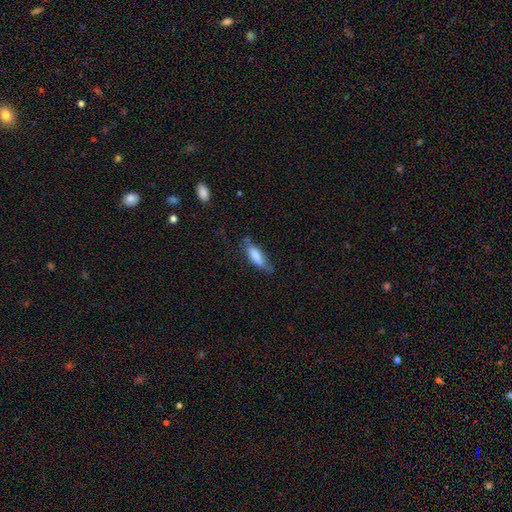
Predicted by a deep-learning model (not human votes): Morphology: type=smooth (77%); roundness=cigar-shaped (50%); merging=none (62%).